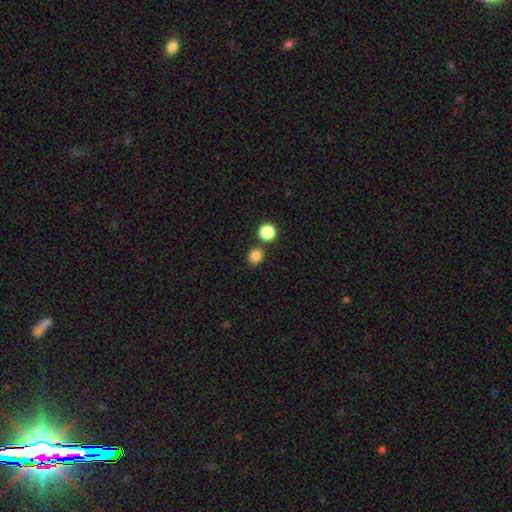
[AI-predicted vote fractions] A smooth galaxy with no disk features (83%) that is round (70%). Merging: none (77%).